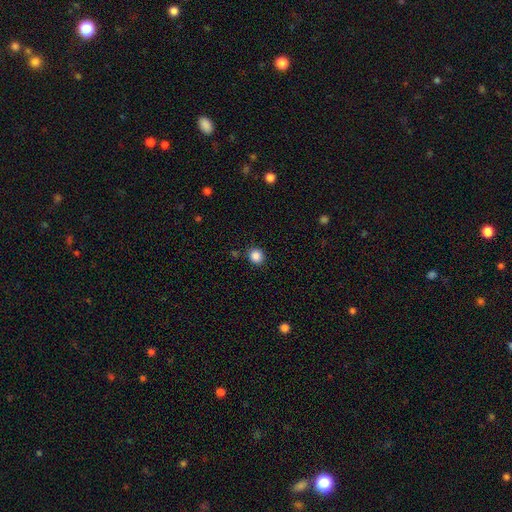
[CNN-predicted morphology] Q: Smooth or featured?
A: smooth (86%); runner-up: star or artifact (11%)
Q: How rounded?
A: round (88%); runner-up: in between (11%)
Q: Merging?
A: none (89%); runner-up: minor disturbance (7%)